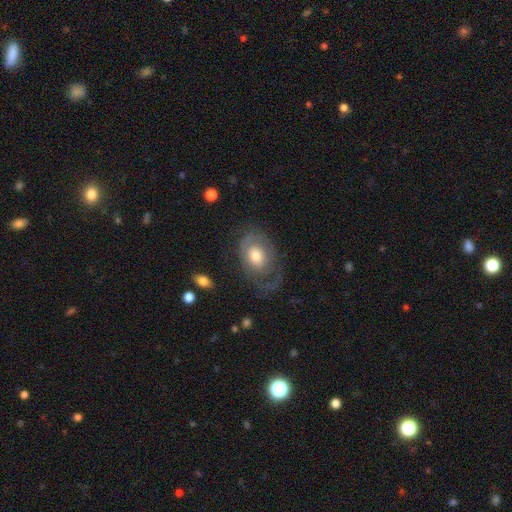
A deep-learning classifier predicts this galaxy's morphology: type=featured or disk (55%); edge-on=no (95%); bar=no (79%); spiral arms=yes (63%); bulge=moderate (63%); merging=none (50%).